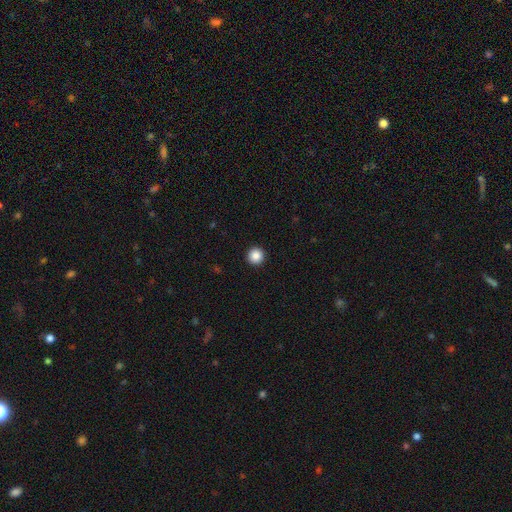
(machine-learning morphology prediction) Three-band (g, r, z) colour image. It shows a smooth galaxy with no disk features (87%) that is round (96%). Merging: none (94%).